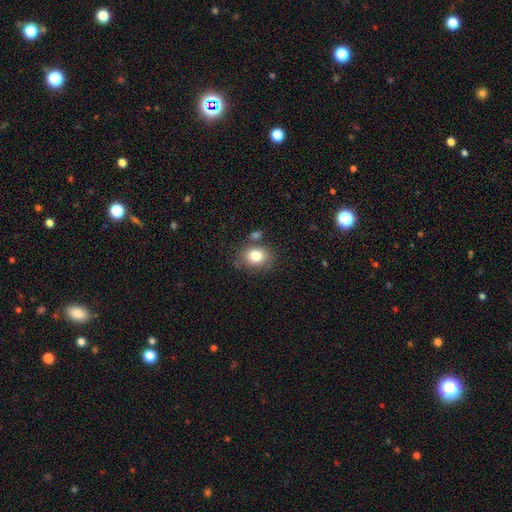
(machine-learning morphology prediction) This is likely a smooth galaxy (79%). How rounded: likely round (61%). Merging: likely none (72%).